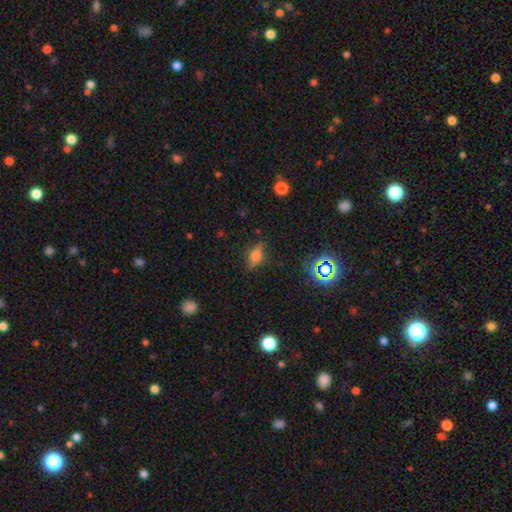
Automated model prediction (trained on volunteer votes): Smooth or featured? smooth (61%)
How rounded? in between (75%)
Merging? none (77%)